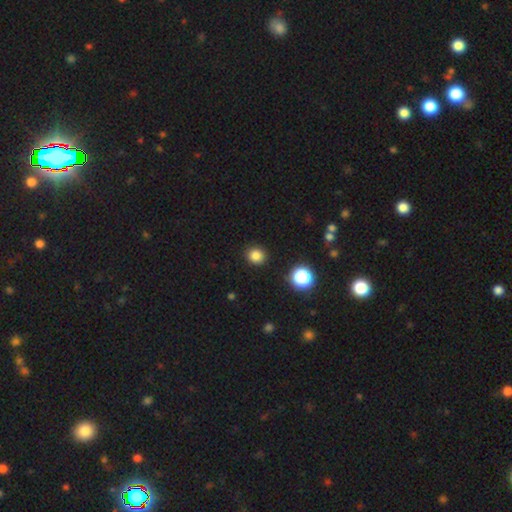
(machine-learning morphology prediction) A smooth galaxy with no disk features (83%) that is round (88%). Merging: none (91%).